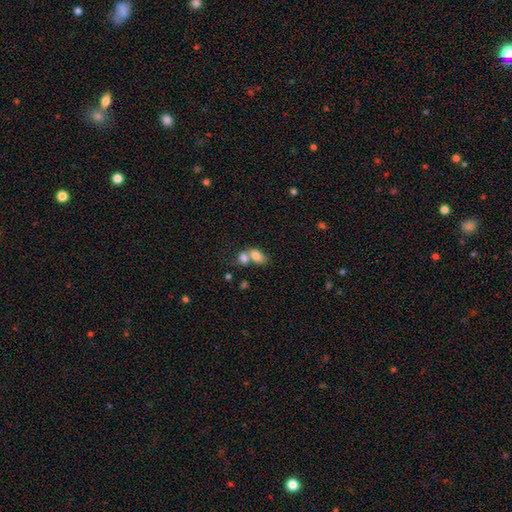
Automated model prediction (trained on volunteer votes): Smooth or featured: smooth — 78% (featured or disk — 14%)
How rounded: in between — 82% (round — 16%)
Merging: merger — 65% (none — 23%)